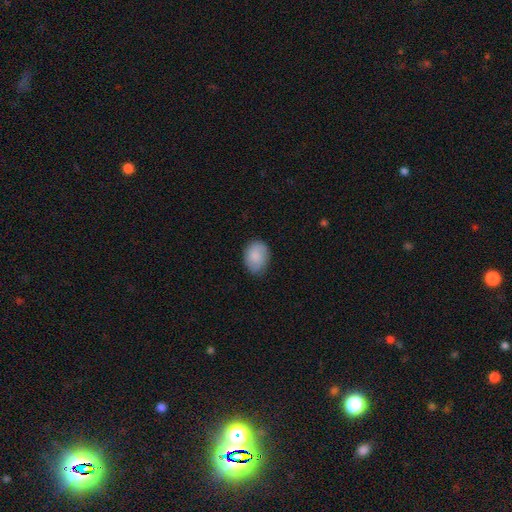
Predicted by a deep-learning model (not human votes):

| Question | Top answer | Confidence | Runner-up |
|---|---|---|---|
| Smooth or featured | smooth | 85% | featured or disk (9%) |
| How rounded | in between | 67% | round (32%) |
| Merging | none | 77% | minor disturbance (18%) |